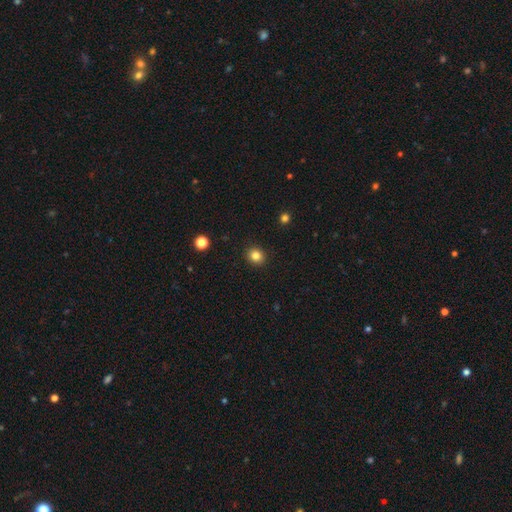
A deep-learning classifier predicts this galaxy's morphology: Smooth or featured? Predicted: smooth (p=0.83). How rounded? Predicted: round (p=0.81). Merging? Predicted: none (p=0.92).